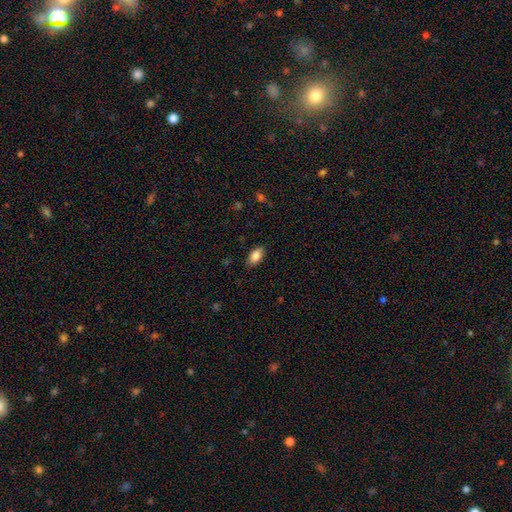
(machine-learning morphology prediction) type=smooth (85%); roundness=in between (91%); merging=none (86%).